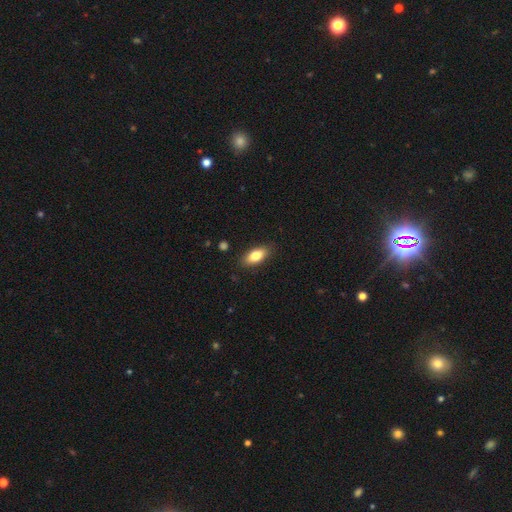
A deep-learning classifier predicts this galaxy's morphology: Overall: smooth (81%). How rounded: in between (84%). Merging: none (86%).